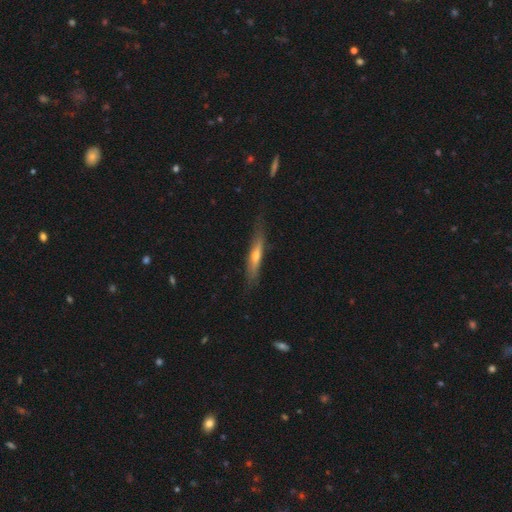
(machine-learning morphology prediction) Overall: featured or disk (50%; smooth 44%). Merging: none (78%).